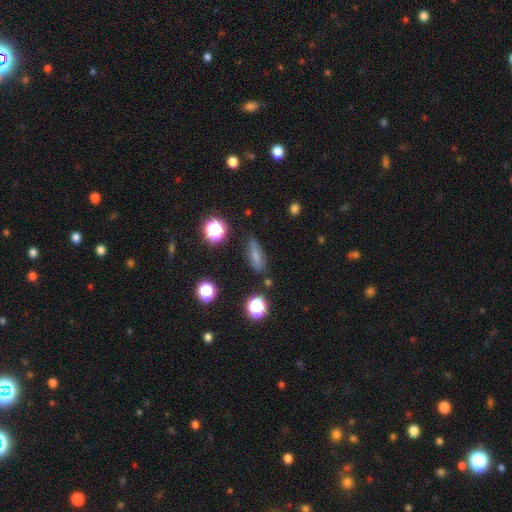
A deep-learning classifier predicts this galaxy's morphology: The model was most divided on "how rounded": in between: 58%, cigar-shaped: 33%, round: 9%. More confident: merging — none (77%); smooth or featured — smooth (67%).